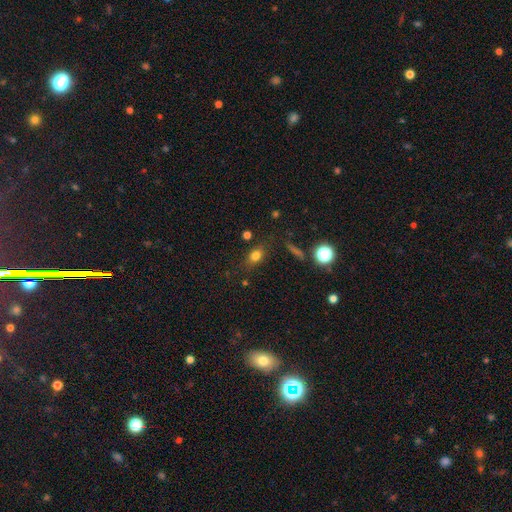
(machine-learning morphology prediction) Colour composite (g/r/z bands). It shows a smooth galaxy with no disk features (77%) that is in between round and cigar-shaped (69%). Merging: none (77%).